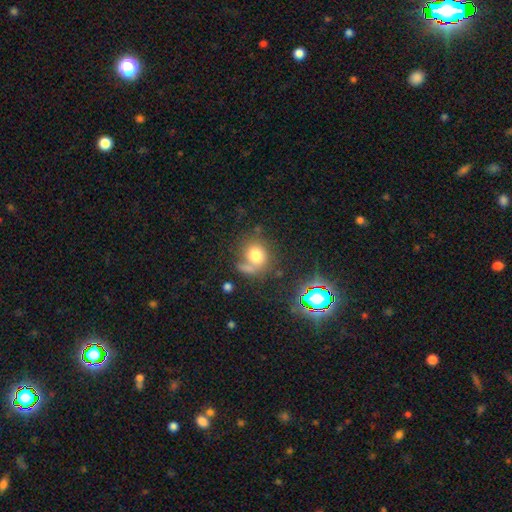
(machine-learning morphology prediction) This appears to be a smooth galaxy with no disk features (71%) that is round (73%). Merging: none (46%).